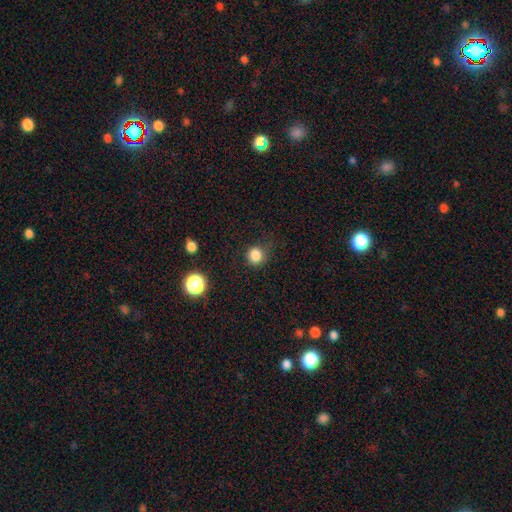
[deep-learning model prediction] Smooth or featured? Predicted: smooth (p=0.83). How rounded? Predicted: round (p=0.88). Merging? Predicted: none (p=0.76).